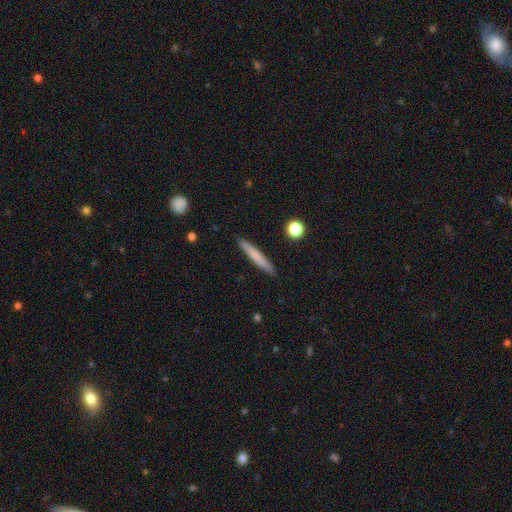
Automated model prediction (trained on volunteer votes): Q: Smooth or featured?
A: smooth (69%); runner-up: featured or disk (25%)
Q: How rounded?
A: cigar-shaped (96%); runner-up: in between (3%)
Q: Merging?
A: none (91%); runner-up: minor disturbance (6%)